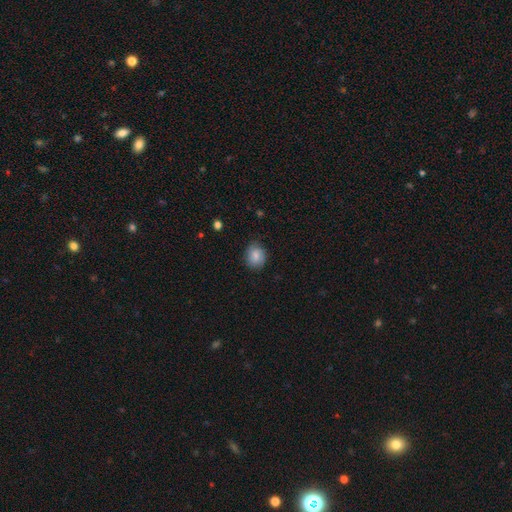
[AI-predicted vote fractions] Smooth or featured?
  - smooth: 82% *
  - featured or disk: 10%
  - star or artifact: 8%
How rounded?
  - round: 65% *
  - in between: 34%
  - cigar-shaped: 1%
Merging?
  - none: 77% *
  - minor disturbance: 18%
  - major disturbance: 3%
  - merger: 1%